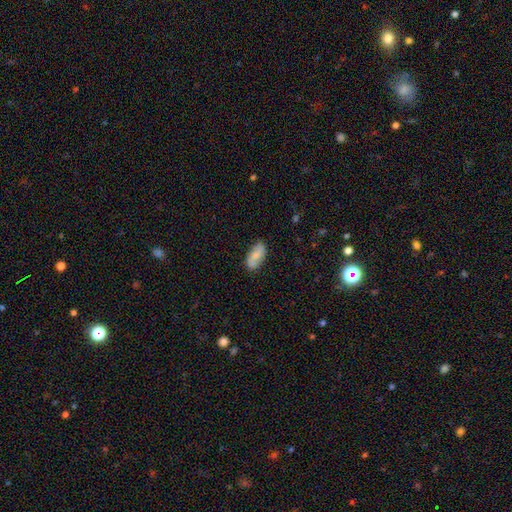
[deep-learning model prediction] Morphology: type=smooth (62%); roundness=in between (89%); merging=none (80%).